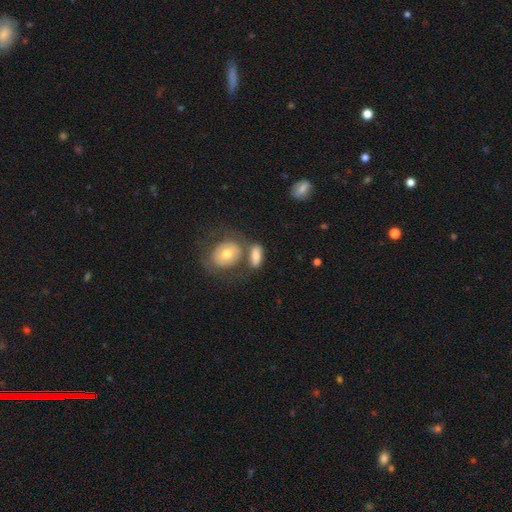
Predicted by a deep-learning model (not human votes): smooth-or-featured: smooth: 70% | featured or disk: 23% | star or artifact: 7%
  how-rounded: in between: 79% | round: 14% | cigar-shaped: 7%
  merging: none: 46% | merger: 30% | minor disturbance: 16% | major disturbance: 8%